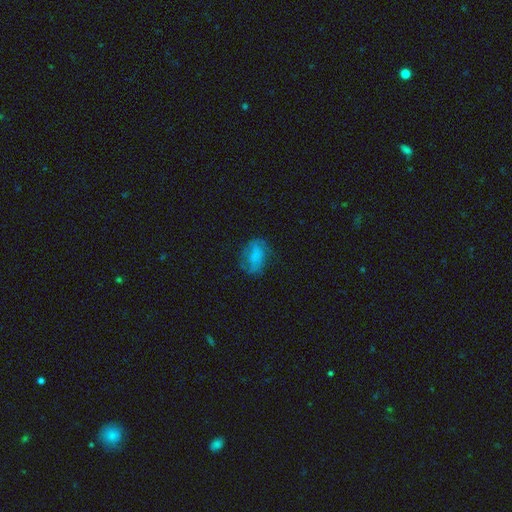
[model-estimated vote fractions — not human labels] Q: Smooth or featured?
A: smooth (52%); runner-up: featured or disk (38%)
Q: How rounded?
A: in between (82%); runner-up: round (15%)
Q: Merging?
A: none (60%); runner-up: minor disturbance (24%)